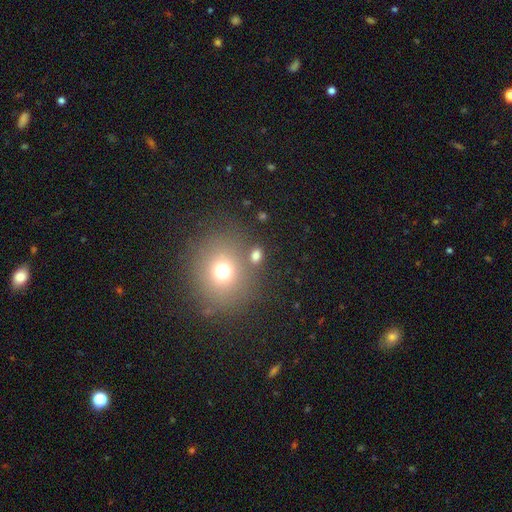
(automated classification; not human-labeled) The model was most divided on "how rounded": round: 55%, in between: 43%, cigar-shaped: 2%. More confident: smooth or featured — smooth (72%); merging — none (71%).